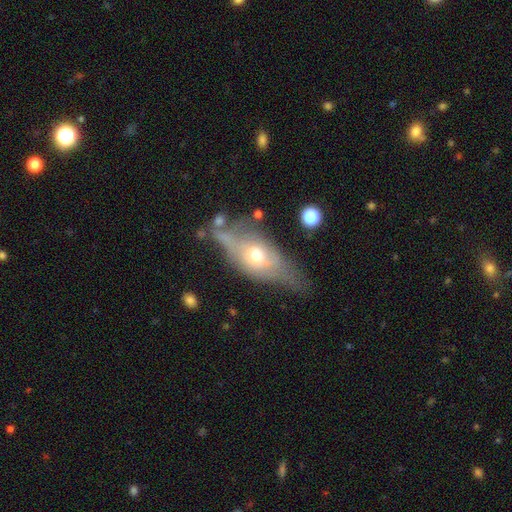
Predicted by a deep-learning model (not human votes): featured or disk 53%, smooth 39%, star or artifact 9%. Down the decision tree: edge-on disk — no (52%); merging — none (43%).